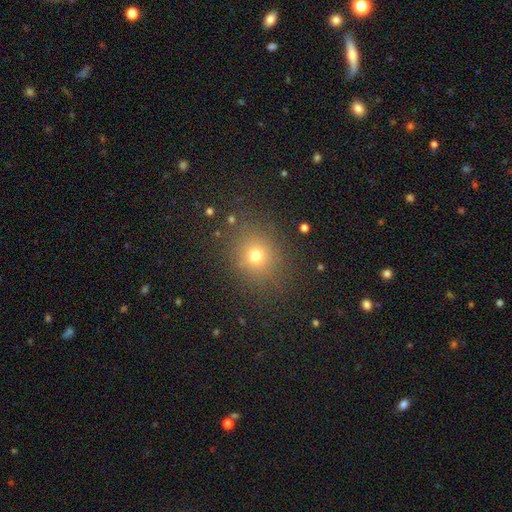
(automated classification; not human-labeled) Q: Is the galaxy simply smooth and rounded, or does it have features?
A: smooth — 71%.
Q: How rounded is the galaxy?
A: round — 73%.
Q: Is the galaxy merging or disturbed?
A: none — 85%.